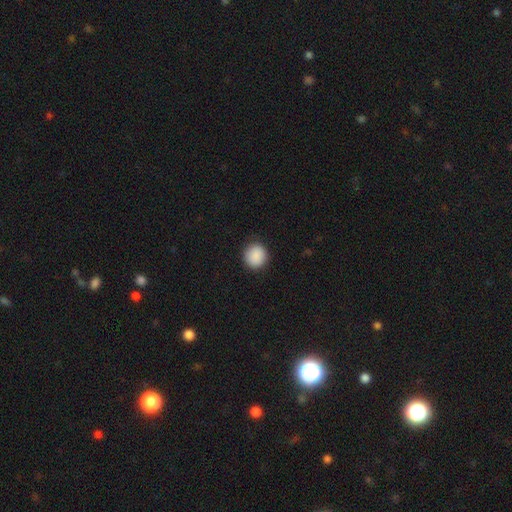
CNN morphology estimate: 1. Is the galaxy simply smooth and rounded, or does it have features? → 90% smooth, 8% star or artifact, 3% featured or disk.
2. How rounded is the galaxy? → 92% round, 7% in between, 1% cigar-shaped.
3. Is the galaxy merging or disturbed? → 90% none, 7% minor disturbance, 2% major disturbance, 1% merger.